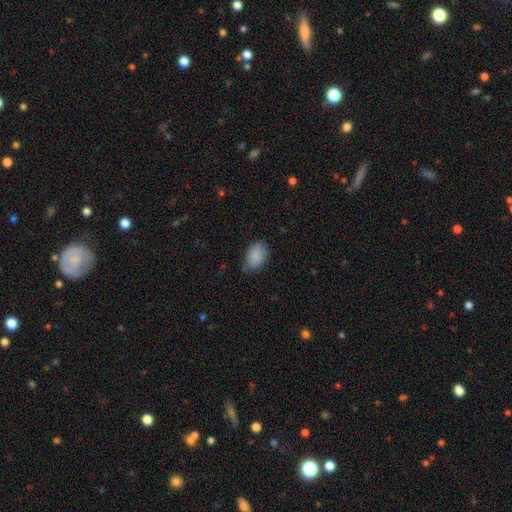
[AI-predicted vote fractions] Overall: smooth (88%). How rounded: in between (84%). Merging: none (73%).